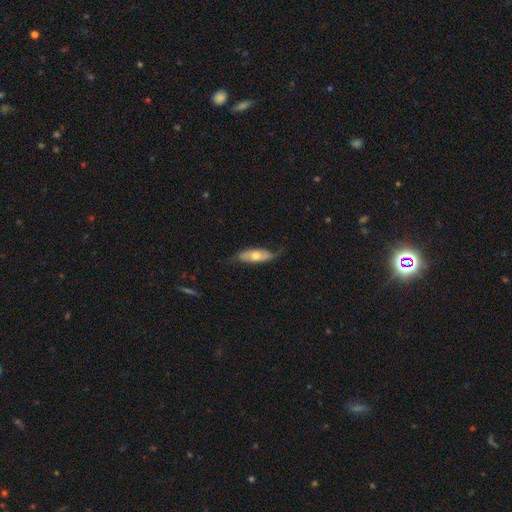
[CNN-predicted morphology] smooth-or-featured: smooth: 49% | featured or disk: 45% | star or artifact: 5%
  merging: none: 64% | minor disturbance: 26% | major disturbance: 8% | merger: 1%